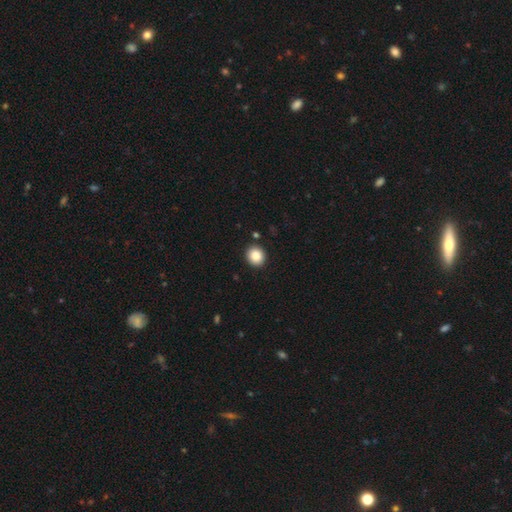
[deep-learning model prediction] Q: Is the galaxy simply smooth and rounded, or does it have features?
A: smooth — 86%.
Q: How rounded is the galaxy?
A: round — 85%.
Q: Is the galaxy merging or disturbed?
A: none — 92%.